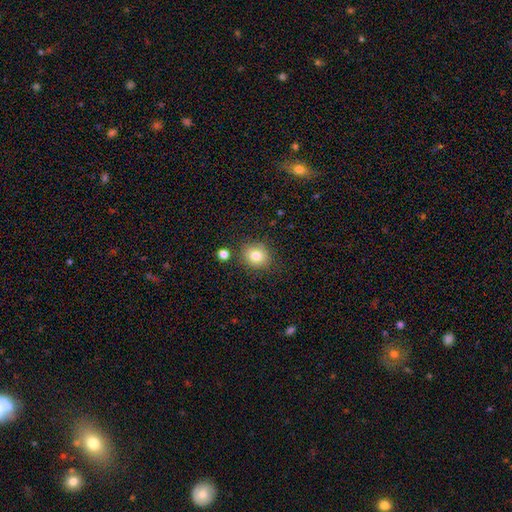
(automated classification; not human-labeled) Smooth or featured?
  - smooth: 81% *
  - star or artifact: 11%
  - featured or disk: 9%
How rounded?
  - round: 70% *
  - in between: 29%
  - cigar-shaped: 1%
Merging?
  - none: 80% *
  - minor disturbance: 12%
  - merger: 5%
  - major disturbance: 3%